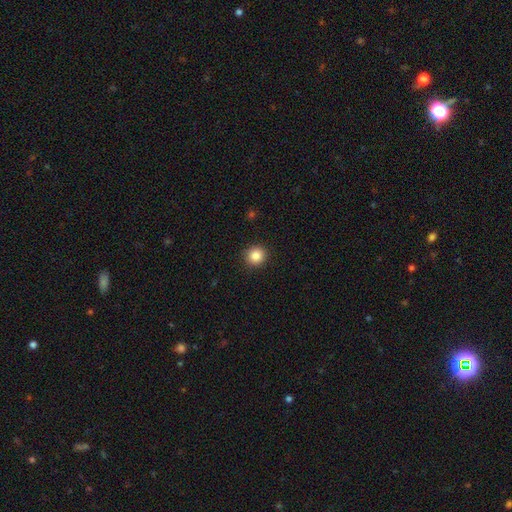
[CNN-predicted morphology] This is clearly a smooth galaxy (86%). How rounded: clearly round (90%). Merging: clearly none (91%).